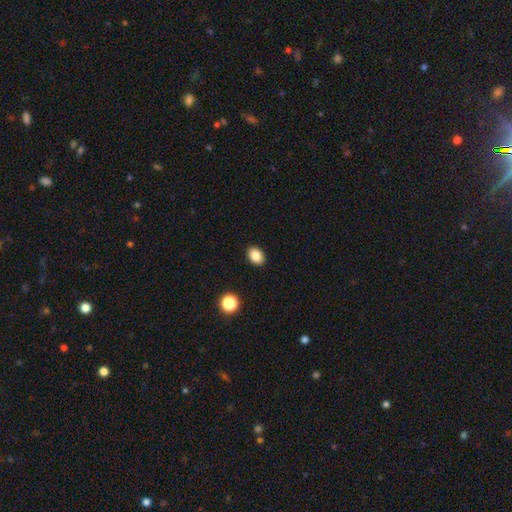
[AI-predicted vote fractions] This is clearly a smooth galaxy (85%). How rounded: likely in between (70%). Merging: clearly none (90%).